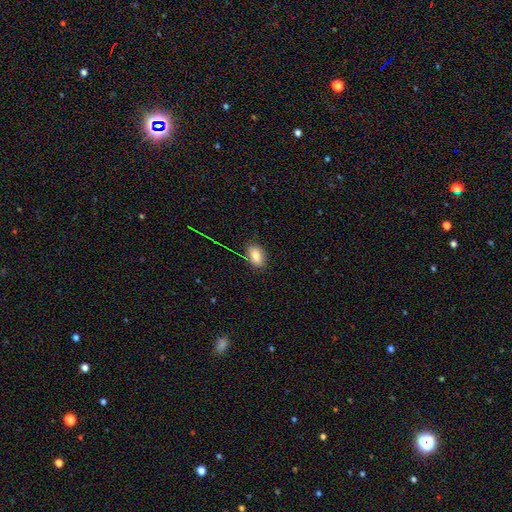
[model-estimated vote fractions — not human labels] Smooth or featured? smooth (79%)
How rounded? in between (87%)
Merging? none (83%)